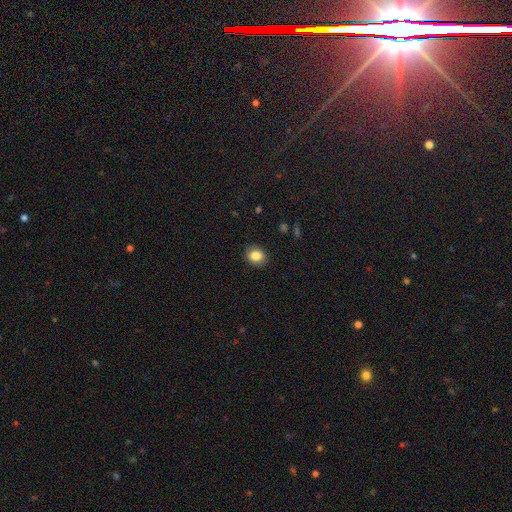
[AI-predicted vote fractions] This appears to be a smooth galaxy with no disk features (85%) that is round (62%). Merging: none (87%).